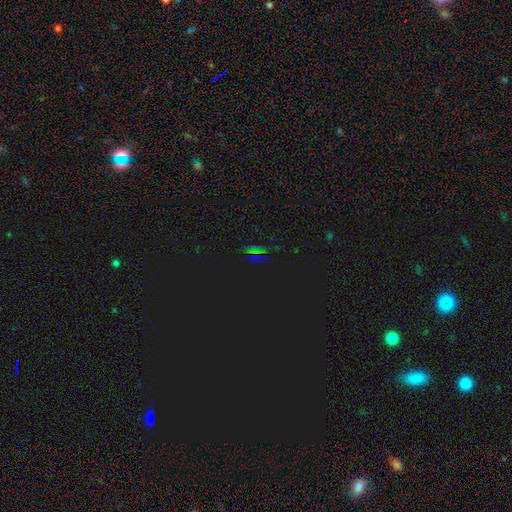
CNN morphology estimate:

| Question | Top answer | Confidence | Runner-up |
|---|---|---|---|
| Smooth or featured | star or artifact | 72% | smooth (20%) |